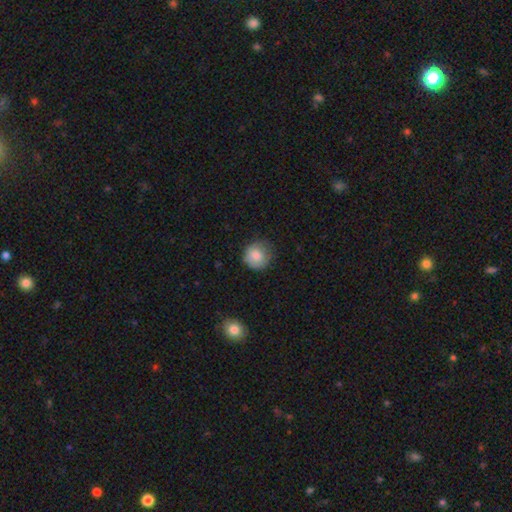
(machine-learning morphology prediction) smooth-or-featured: smooth: 82% | featured or disk: 10% | star or artifact: 8%
  how-rounded: round: 90% | in between: 9% | cigar-shaped: 1%
  merging: none: 72% | minor disturbance: 21% | major disturbance: 5% | merger: 1%